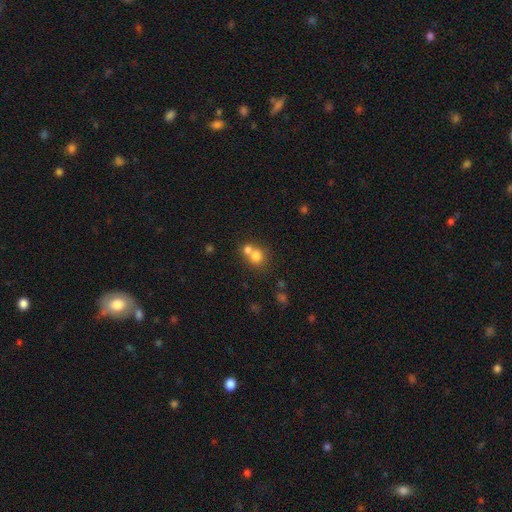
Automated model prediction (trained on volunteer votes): Morphology: type=smooth (74%); roundness=round (79%); merging=merger (56%).